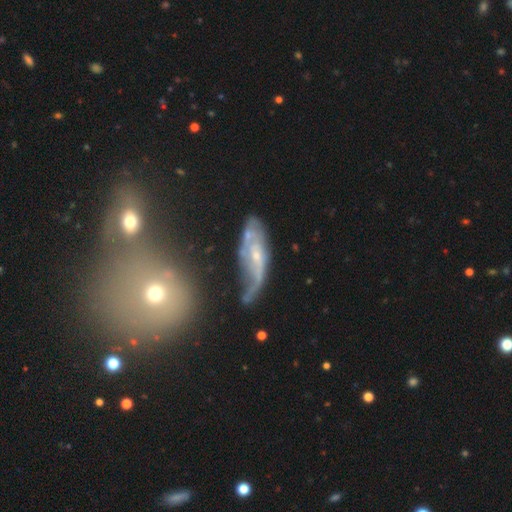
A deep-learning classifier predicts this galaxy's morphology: Smooth or featured? featured or disk (72%)
Edge-on disk? no (87%)
Bar? no (60%)
Spiral arms? yes (77%)
Bulge size? small (68%)
Merging? none (37%)